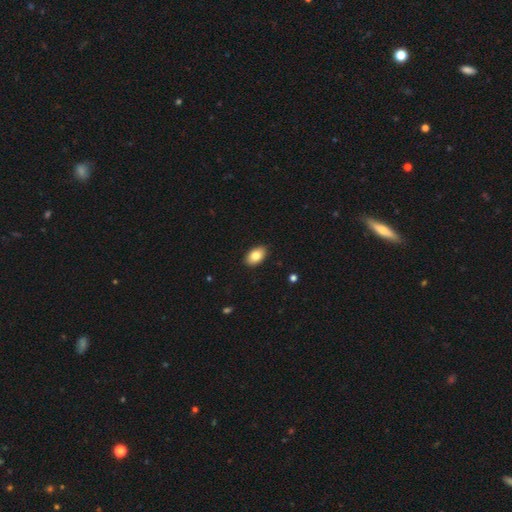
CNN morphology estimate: A smooth galaxy with no disk features (82%) that is in between round and cigar-shaped (92%). Merging: none (89%).